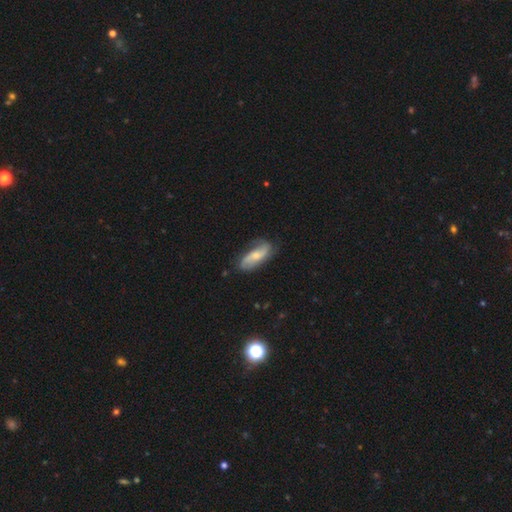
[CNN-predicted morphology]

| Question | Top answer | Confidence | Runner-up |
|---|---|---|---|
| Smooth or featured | featured or disk | 58% | smooth (36%) |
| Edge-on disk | no | 90% | yes (10%) |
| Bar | no | 54% | weak (33%) |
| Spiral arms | yes | 89% | no (11%) |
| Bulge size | small | 46% | moderate (43%) |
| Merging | none | 67% | minor disturbance (24%) |